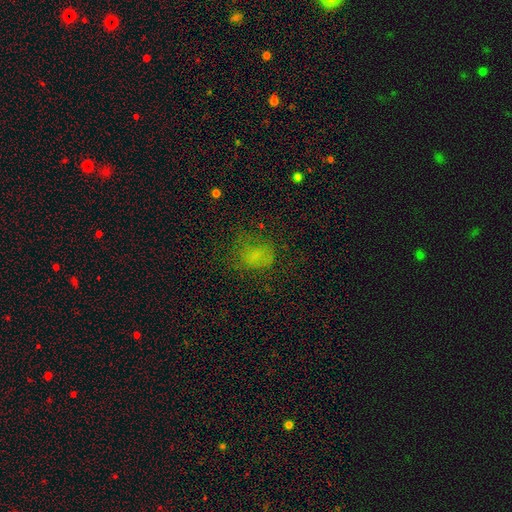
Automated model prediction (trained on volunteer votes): Morphology: type=smooth (62%); roundness=in between (54%); merging=none (55%).